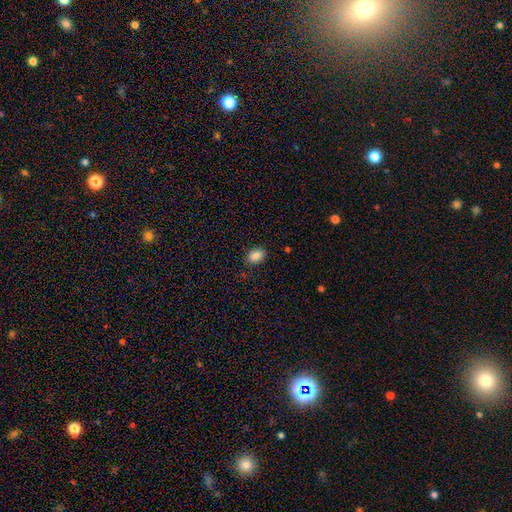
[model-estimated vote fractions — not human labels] Morphology: type=smooth (87%); roundness=in between (77%); merging=none (86%).